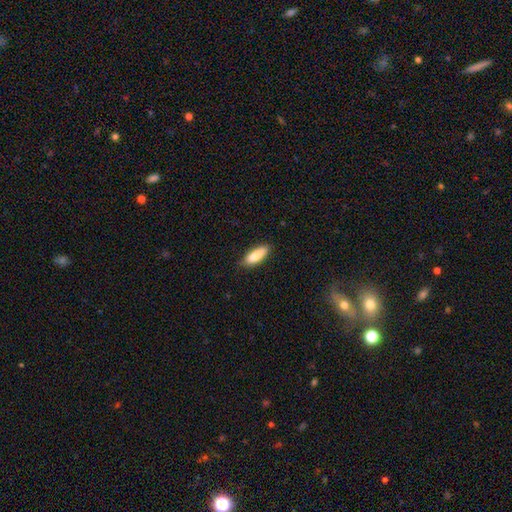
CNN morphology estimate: Q: Smooth or featured?
A: smooth (85%); runner-up: featured or disk (9%)
Q: How rounded?
A: in between (64%); runner-up: cigar-shaped (34%)
Q: Merging?
A: none (83%); runner-up: minor disturbance (14%)